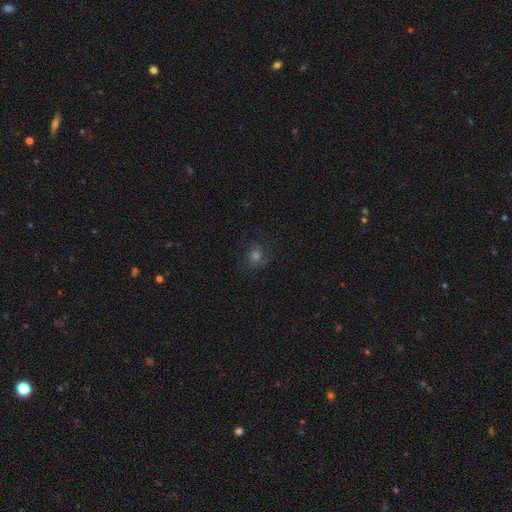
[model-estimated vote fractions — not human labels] A smooth galaxy with no disk features (44%). Merging: none (74%).